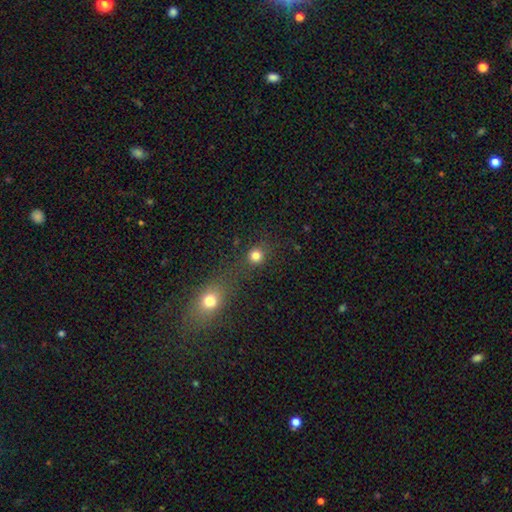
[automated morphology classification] smooth 80%, star or artifact 14%, featured or disk 5%. Down the decision tree: how rounded — round (90%); merging — none (72%).